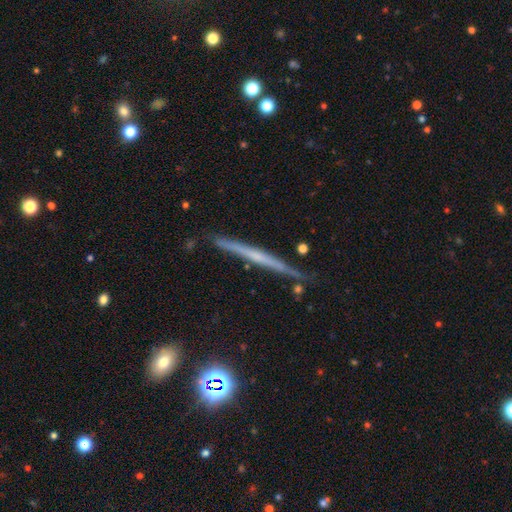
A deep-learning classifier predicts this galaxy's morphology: Smooth or featured? featured or disk (62%)
Edge-on disk? yes (97%)
Edge-on bulge? none (74%)
Merging? none (85%)